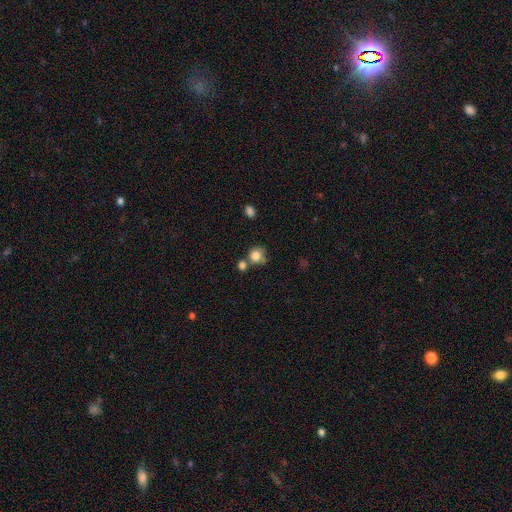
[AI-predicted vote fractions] smooth-or-featured: smooth: 81% | star or artifact: 10% | featured or disk: 9%
  how-rounded: round: 81% | in between: 17% | cigar-shaped: 1%
  merging: none: 52% | merger: 26% | minor disturbance: 16% | major disturbance: 6%